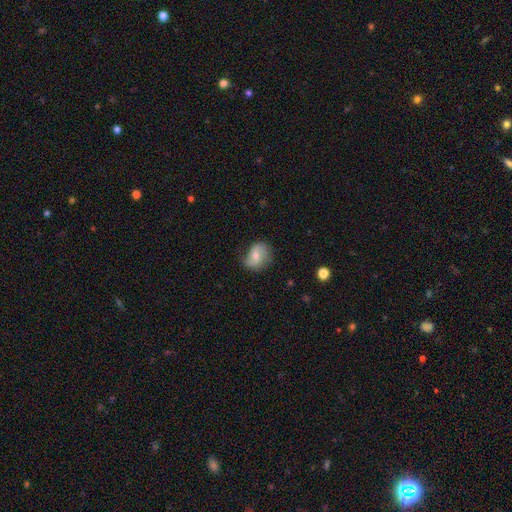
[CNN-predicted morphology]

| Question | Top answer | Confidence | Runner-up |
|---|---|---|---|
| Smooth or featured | smooth | 48% | featured or disk (44%) |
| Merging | none | 60% | minor disturbance (29%) |